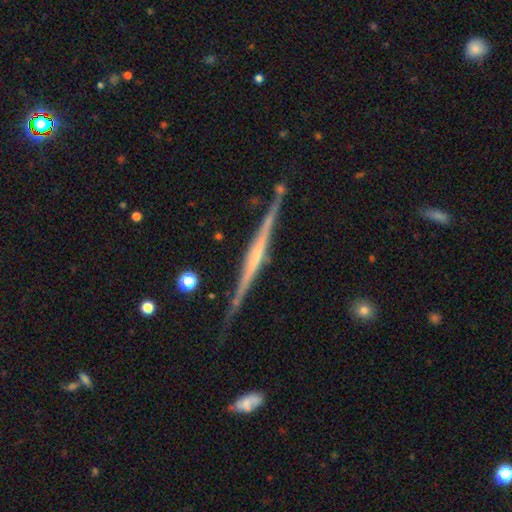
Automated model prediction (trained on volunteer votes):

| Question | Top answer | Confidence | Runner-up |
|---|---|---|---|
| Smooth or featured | featured or disk | 82% | smooth (12%) |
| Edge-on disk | yes | 98% | no (2%) |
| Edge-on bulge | none | 50% | rounded (35%) |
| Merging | none | 84% | minor disturbance (11%) |